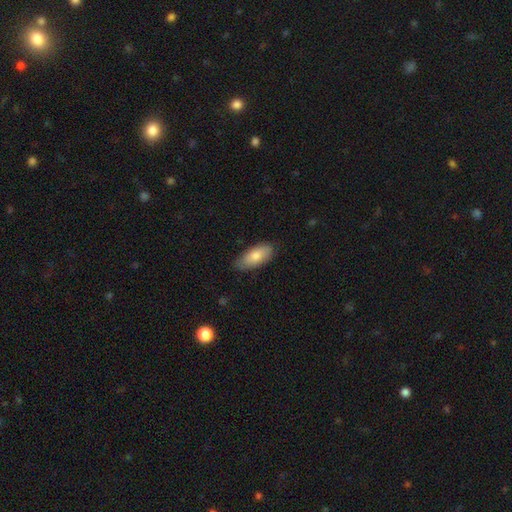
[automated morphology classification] type=smooth (78%); roundness=in between (87%); merging=none (83%).